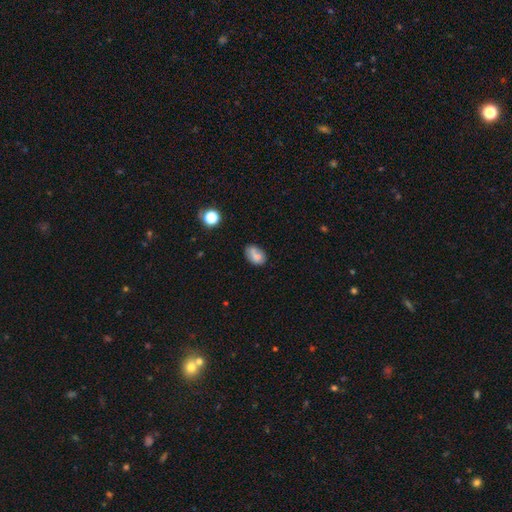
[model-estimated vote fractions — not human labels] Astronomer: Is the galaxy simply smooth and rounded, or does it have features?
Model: smooth — 69%.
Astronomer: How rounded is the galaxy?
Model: in between — 81%.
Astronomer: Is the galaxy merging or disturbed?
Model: none — 53%.